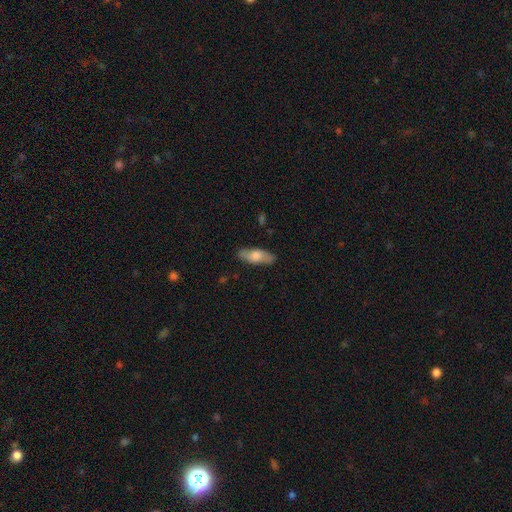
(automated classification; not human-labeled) A smooth galaxy with no disk features (63%) that is in between round and cigar-shaped (64%). Merging: none (83%).